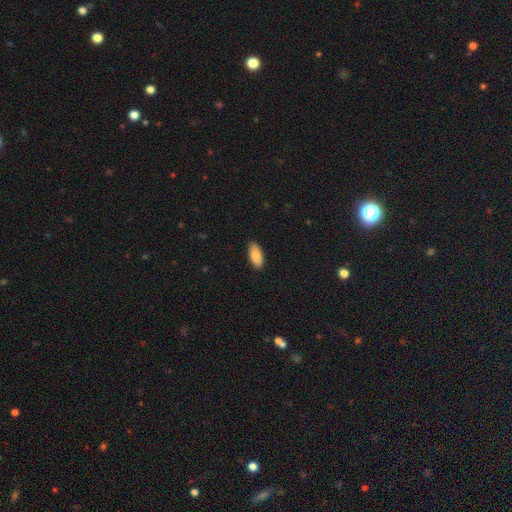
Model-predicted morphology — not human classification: The model was most divided on "smooth or featured": smooth: 85%, featured or disk: 9%, star or artifact: 6%. More confident: how rounded — in between (90%); merging — none (88%).